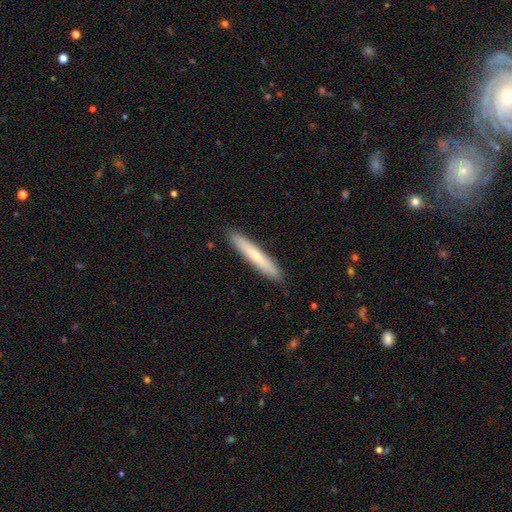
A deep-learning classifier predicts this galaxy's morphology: smooth-or-featured: smooth: 59% | featured or disk: 35% | star or artifact: 6%
  how-rounded: cigar-shaped: 94% | in between: 5% | round: 1%
  merging: none: 90% | minor disturbance: 7% | major disturbance: 1% | merger: 1%